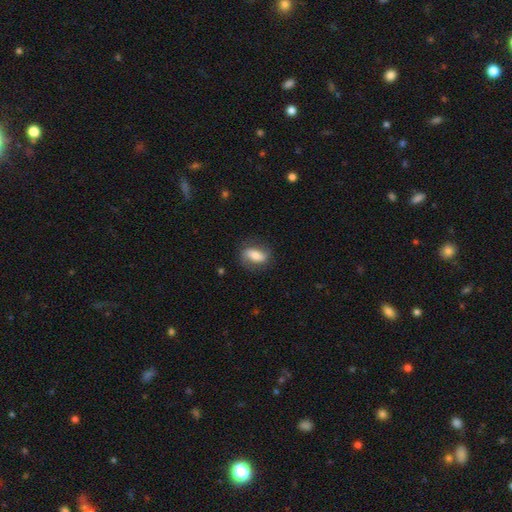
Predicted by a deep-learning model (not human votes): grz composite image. It shows a smooth galaxy with no disk features (48%). Merging: none (76%).